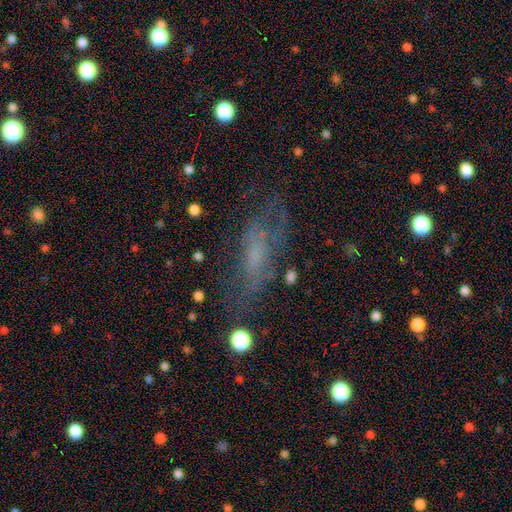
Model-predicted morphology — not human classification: Smooth or featured? featured or disk (45%)
Merging? none (54%)